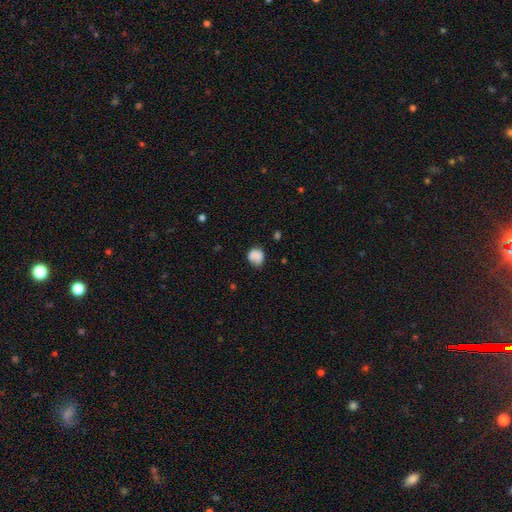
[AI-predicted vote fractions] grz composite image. It shows a smooth galaxy with no disk features (80%) that is round (75%). Merging: none (62%).